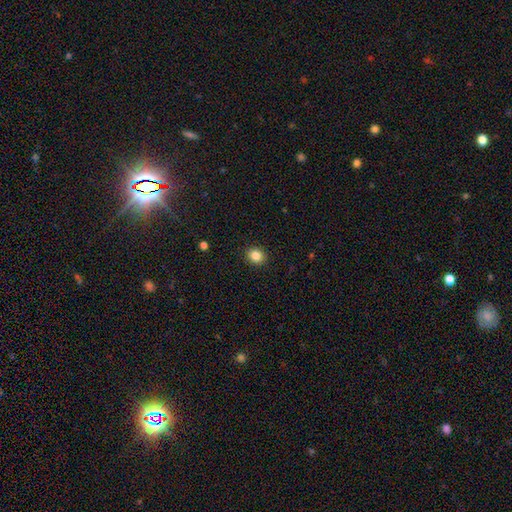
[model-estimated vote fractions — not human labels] A smooth galaxy with no disk features (85%) that is round (77%). Merging: none (92%).